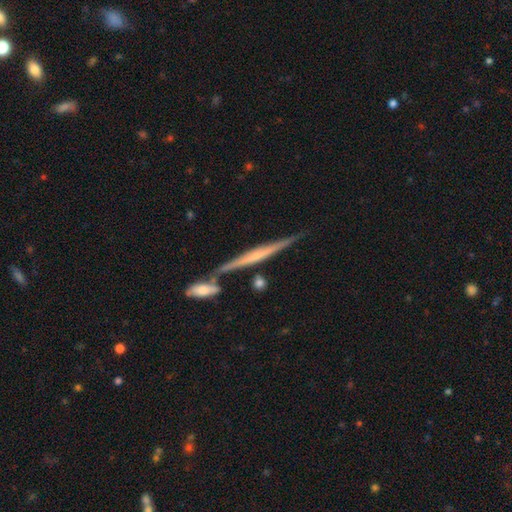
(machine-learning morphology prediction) smooth-or-featured: featured or disk: 71% | smooth: 22% | star or artifact: 6%
  disk-edge-on: yes: 96% | no: 4%
    edge-on-bulge: none: 46% | rounded: 39% | boxy: 15%
  merging: none: 72% | merger: 14% | minor disturbance: 11% | major disturbance: 3%